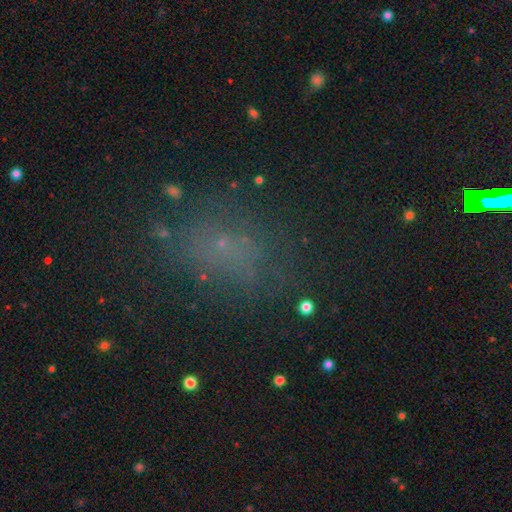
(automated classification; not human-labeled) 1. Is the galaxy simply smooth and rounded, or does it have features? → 45% smooth, 32% star or artifact, 22% featured or disk.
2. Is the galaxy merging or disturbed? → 61% none, 19% minor disturbance, 16% major disturbance, 4% merger.